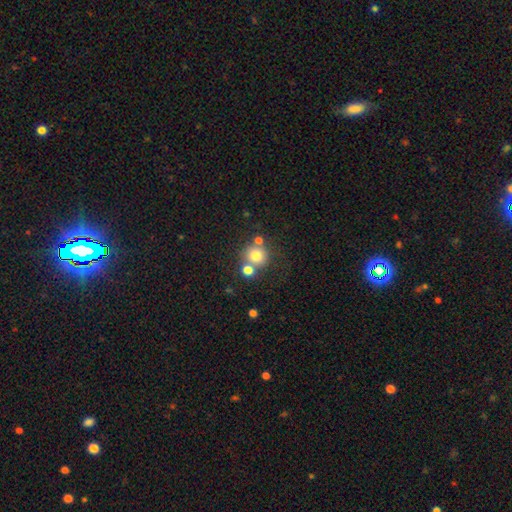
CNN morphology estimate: smooth-or-featured: smooth: 75% | star or artifact: 13% | featured or disk: 11%
  how-rounded: round: 90% | in between: 10% | cigar-shaped: 1%
  merging: none: 62% | merger: 25% | minor disturbance: 9% | major disturbance: 4%